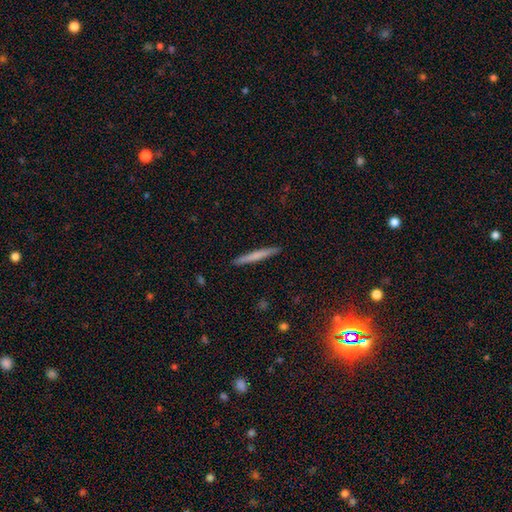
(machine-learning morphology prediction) This is likely a smooth galaxy (64%). How rounded: clearly cigar-shaped (96%). Merging: clearly none (92%).